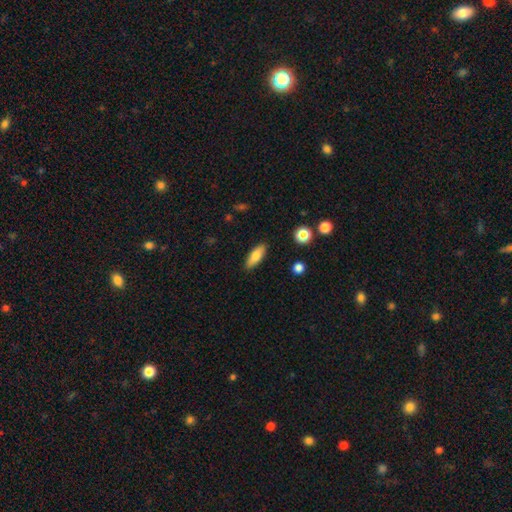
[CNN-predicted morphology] This appears to be a smooth galaxy with no disk features (78%) that is in between round and cigar-shaped (66%). Merging: none (87%).